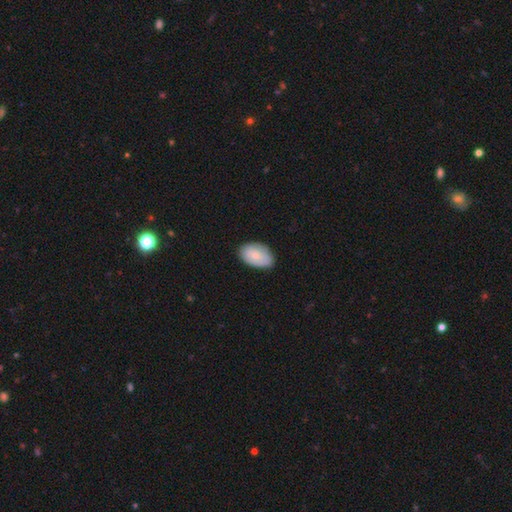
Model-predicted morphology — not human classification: This is likely a smooth galaxy (76%). How rounded: clearly in between (91%). Merging: likely none (78%).